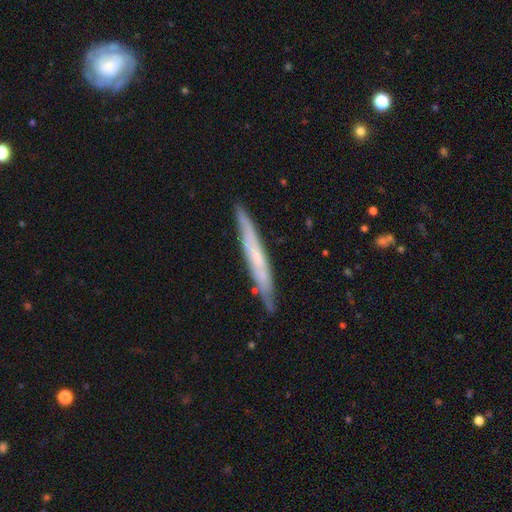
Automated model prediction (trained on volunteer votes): Smooth or featured: featured or disk — 58% (smooth — 35%)
Edge-on disk: yes — 85% (no — 15%)
Merging: none — 83% (minor disturbance — 13%)